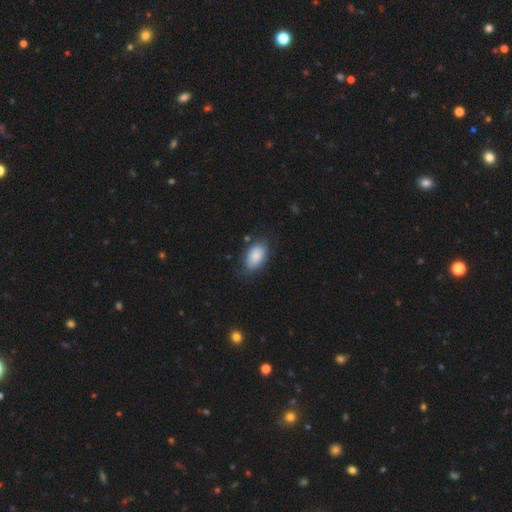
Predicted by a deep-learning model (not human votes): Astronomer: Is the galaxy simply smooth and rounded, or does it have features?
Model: smooth — 85%.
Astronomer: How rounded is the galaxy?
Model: in between — 92%.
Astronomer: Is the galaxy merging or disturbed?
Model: none — 72%.